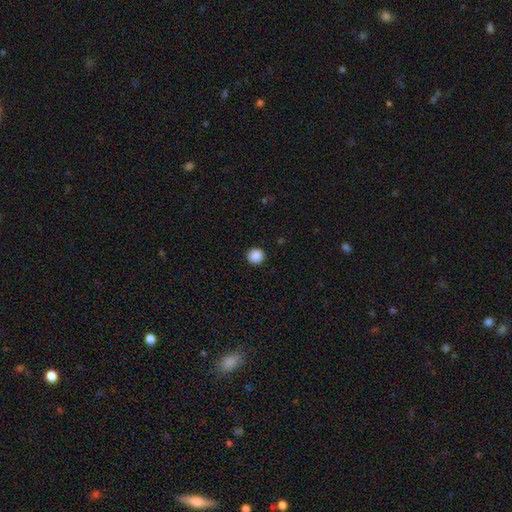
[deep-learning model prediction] smooth 89%, star or artifact 9%, featured or disk 2%. Down the decision tree: how rounded — round (93%); merging — none (92%).